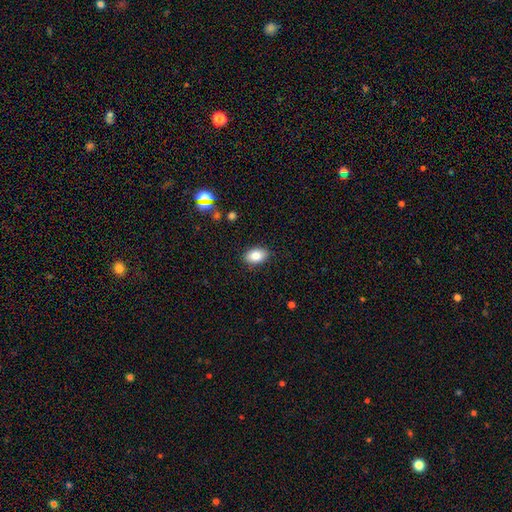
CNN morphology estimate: A smooth galaxy with no disk features (83%) that is in between round and cigar-shaped (88%). Merging: none (88%).